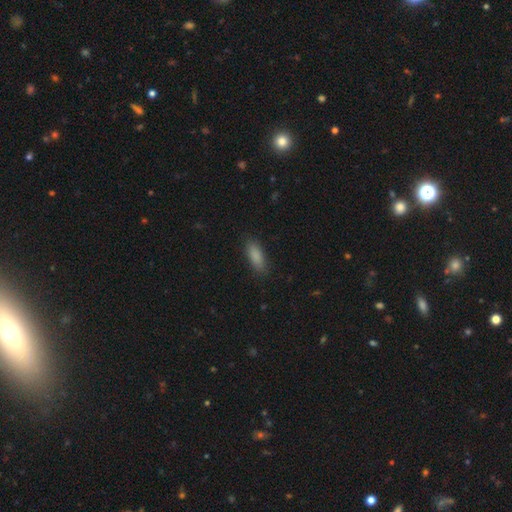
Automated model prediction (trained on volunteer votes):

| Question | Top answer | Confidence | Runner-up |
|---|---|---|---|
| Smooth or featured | smooth | 87% | star or artifact (7%) |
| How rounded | in between | 68% | cigar-shaped (30%) |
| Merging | none | 84% | minor disturbance (12%) |